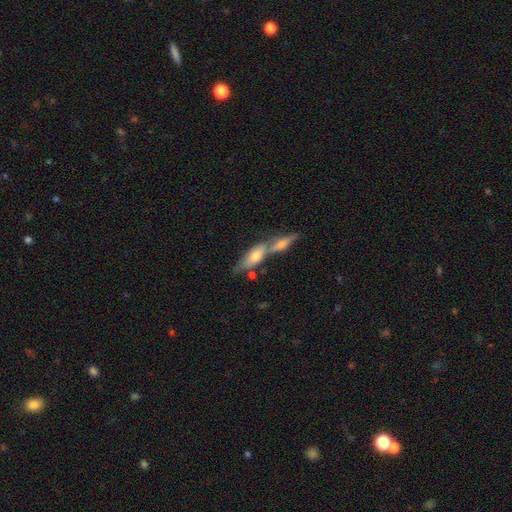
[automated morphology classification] Overall: smooth (55%; featured or disk 37%). How rounded: in between (60%; cigar-shaped 36%). Merging: merger (52%; none 34%).